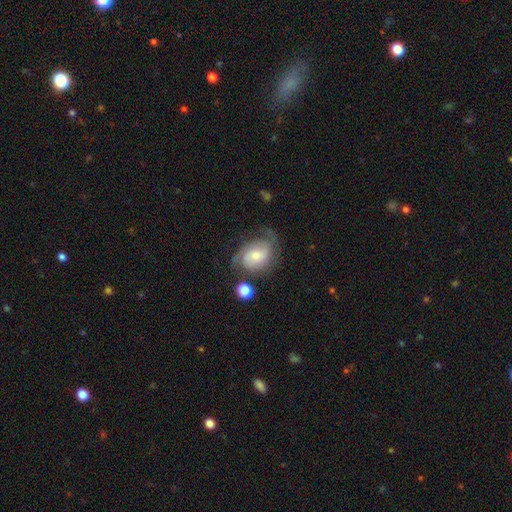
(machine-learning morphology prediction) Overall: featured or disk (58%; smooth 34%). Edge-on disk: no (97%). Bar: no (65%; weak 30%). Spiral arms: yes (87%). Bulge size: small (50%; moderate 38%). Merging: none (47%; minor disturbance 26%).